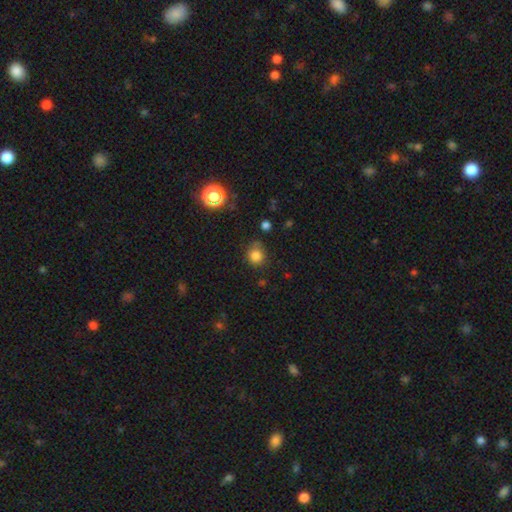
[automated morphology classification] A smooth galaxy with no disk features (81%) that is round (83%).

Vote fractions:
- Smooth or featured? smooth: 81% / star or artifact: 14% / featured or disk: 5%
- How rounded? round: 83% / in between: 16% / cigar-shaped: 1%
- Merging? none: 70% / minor disturbance: 20% / major disturbance: 5% / merger: 4%